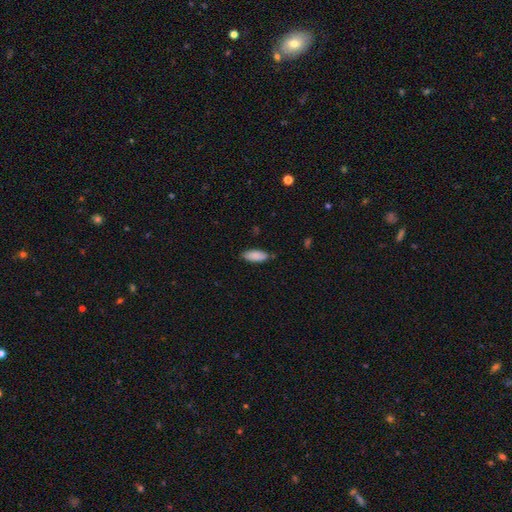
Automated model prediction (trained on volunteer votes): This appears to be a smooth galaxy with no disk features (88%) that is in between round and cigar-shaped (78%). Merging: none (82%).